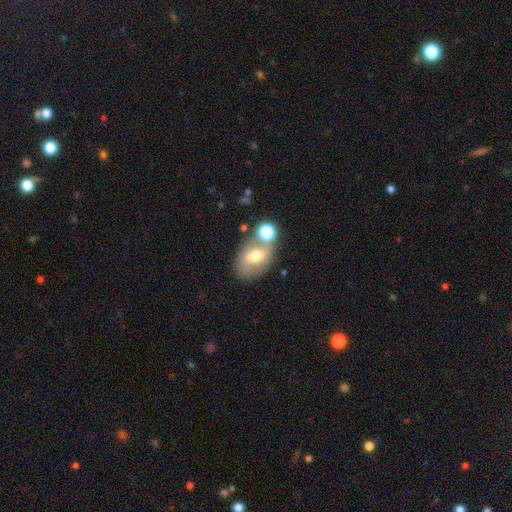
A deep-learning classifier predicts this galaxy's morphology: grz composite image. It shows a smooth galaxy with no disk features (50%). Merging: none (58%).